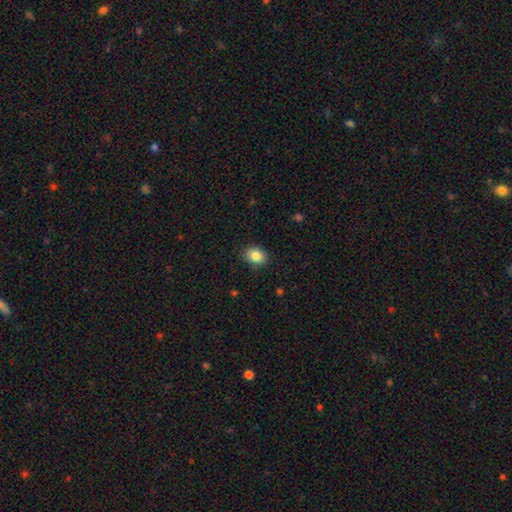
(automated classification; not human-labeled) smooth 85%, star or artifact 9%, featured or disk 6%. Down the decision tree: how rounded — in between (61%); merging — none (87%).